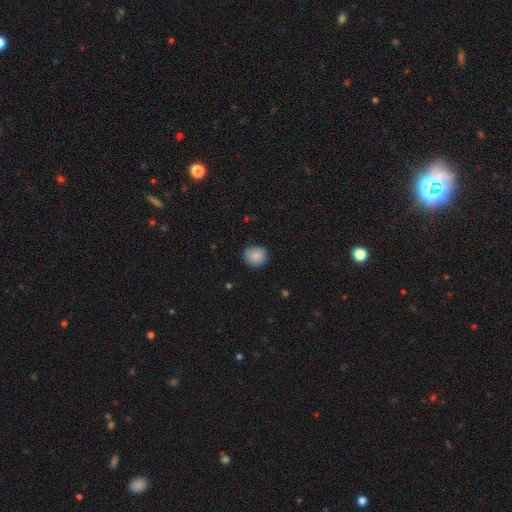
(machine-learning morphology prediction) The model was most divided on "merging": none: 81%, minor disturbance: 16%, major disturbance: 3%, merger: 1%. More confident: smooth or featured — smooth (86%); how rounded — round (84%).